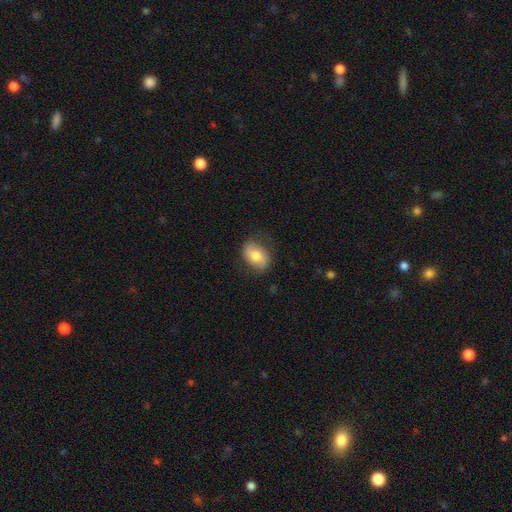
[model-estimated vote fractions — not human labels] Smooth or featured?
  - smooth: 68% *
  - featured or disk: 25%
  - star or artifact: 7%
How rounded?
  - in between: 71% *
  - round: 28%
  - cigar-shaped: 1%
Merging?
  - none: 75% *
  - minor disturbance: 18%
  - major disturbance: 6%
  - merger: 1%